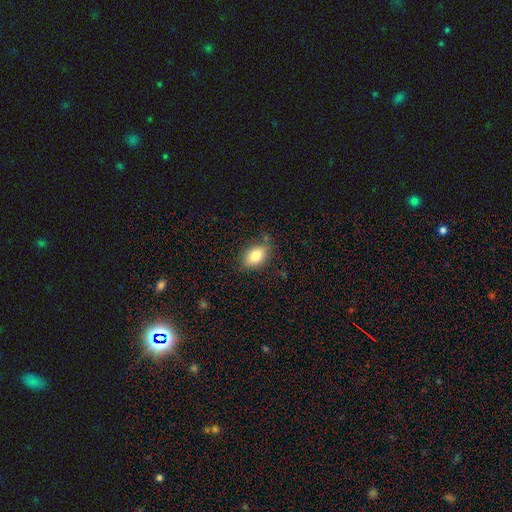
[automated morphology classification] Smooth or featured: smooth — 80% (featured or disk — 11%)
How rounded: in between — 82% (round — 15%)
Merging: none — 78% (minor disturbance — 16%)